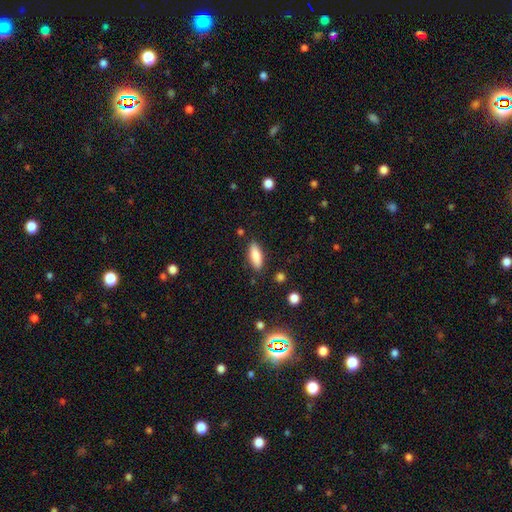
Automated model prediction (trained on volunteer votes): smooth_or_featured: smooth (p=0.83) [alt: featured or disk p=0.10]
how_rounded: in between (p=0.65) [alt: cigar-shaped p=0.33]
merging: none (p=0.85) [alt: minor disturbance p=0.11]